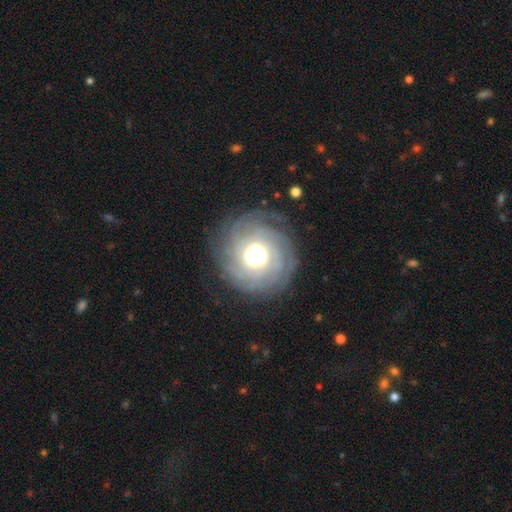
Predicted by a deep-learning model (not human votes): Smooth or featured? Predicted: featured or disk (p=0.77). Edge-on disk? Predicted: no (p=0.98). Bar? Predicted: no (p=0.78). Spiral arms? Predicted: yes (p=0.93). Spiral winding? Predicted: tight (p=0.76). Spiral arm count? Predicted: can't tell (p=0.36). Bulge size? Predicted: moderate (p=0.49). Merging? Predicted: none (p=0.80).